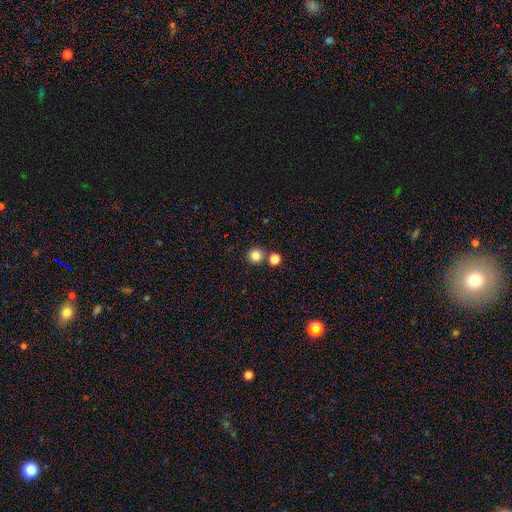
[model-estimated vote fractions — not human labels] Smooth or featured? Predicted: smooth (p=0.82). How rounded? Predicted: round (p=0.92). Merging? Predicted: none (p=0.77).